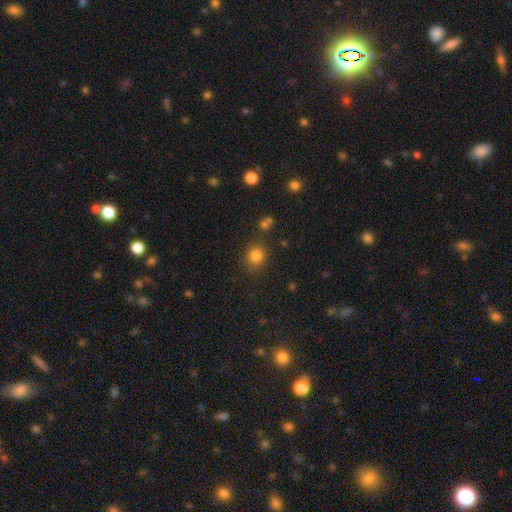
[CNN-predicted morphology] Q: Smooth or featured?
A: smooth (81%); runner-up: star or artifact (14%)
Q: How rounded?
A: round (83%); runner-up: in between (16%)
Q: Merging?
A: none (79%); runner-up: minor disturbance (12%)